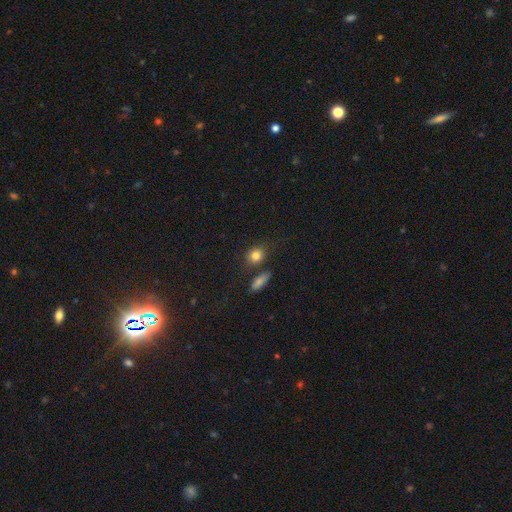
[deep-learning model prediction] smooth_or_featured: smooth (p=0.82) [alt: star or artifact p=0.10]
how_rounded: round (p=0.65) [alt: in between p=0.33]
merging: none (p=0.70) [alt: merger p=0.14]